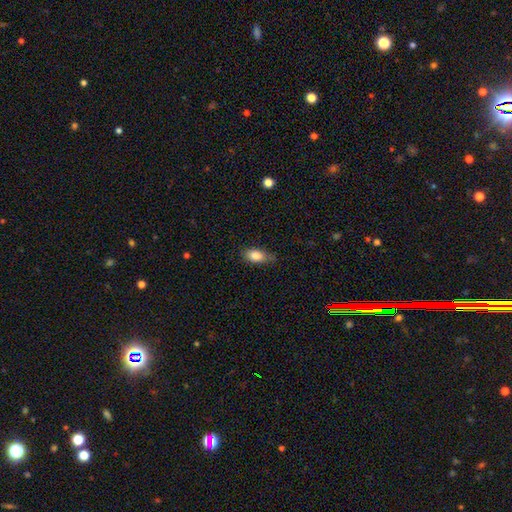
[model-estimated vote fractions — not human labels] Overall: smooth (83%). How rounded: in between (85%). Merging: none (67%).